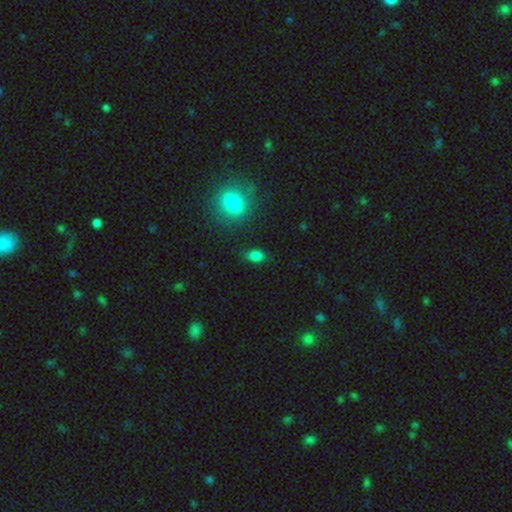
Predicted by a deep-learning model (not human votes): smooth 81%, star or artifact 14%, featured or disk 6%. Down the decision tree: how rounded — in between (79%); merging — none (72%).